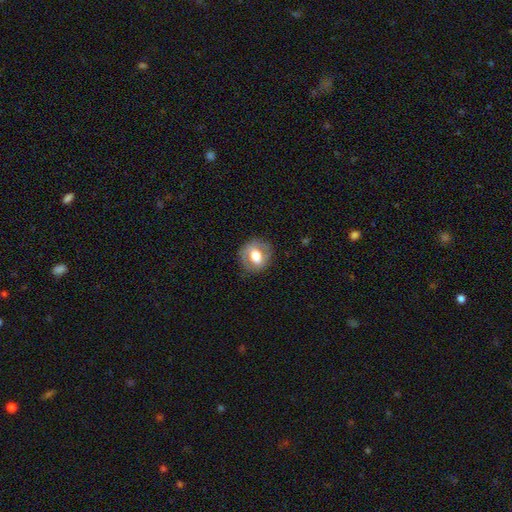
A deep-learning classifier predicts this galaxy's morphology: Smooth or featured? smooth (56%)
How rounded? round (69%)
Merging? none (79%)